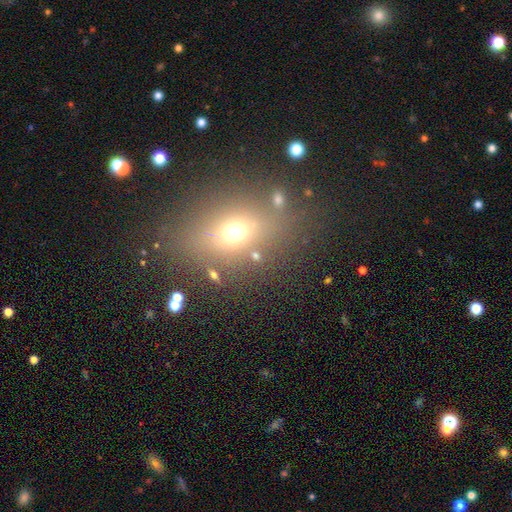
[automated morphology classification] Smooth or featured? Predicted: smooth (p=0.57). How rounded? Predicted: in between (p=0.53). Merging? Predicted: none (p=0.76).